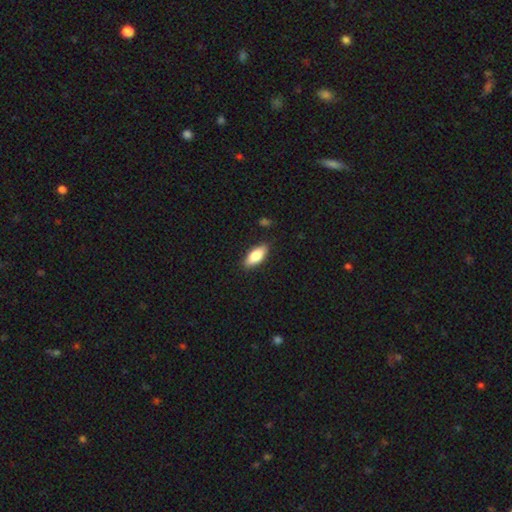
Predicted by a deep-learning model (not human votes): smooth-or-featured: smooth: 80% | featured or disk: 14% | star or artifact: 6%
  how-rounded: in between: 81% | cigar-shaped: 17% | round: 2%
  merging: none: 86% | minor disturbance: 11% | major disturbance: 2% | merger: 1%